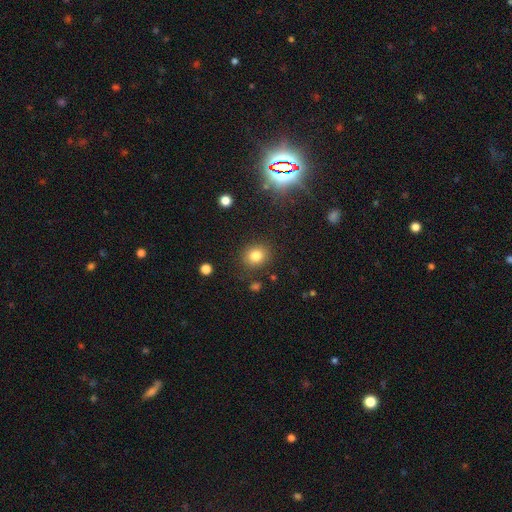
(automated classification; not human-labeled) Smooth or featured: smooth — 81% (star or artifact — 12%)
How rounded: round — 74% (in between — 25%)
Merging: none — 85% (minor disturbance — 9%)